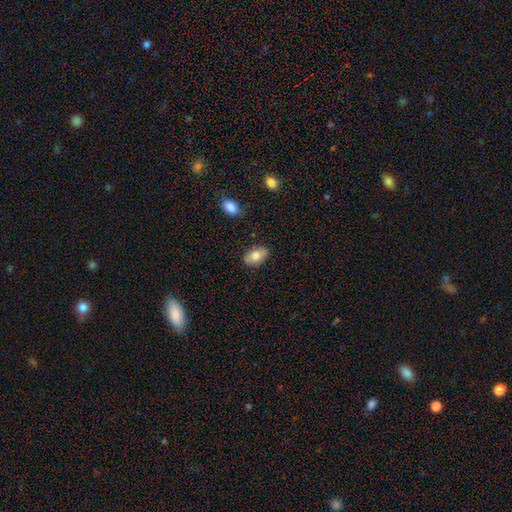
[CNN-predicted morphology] Overall: smooth (75%). How rounded: in between (90%). Merging: none (83%).